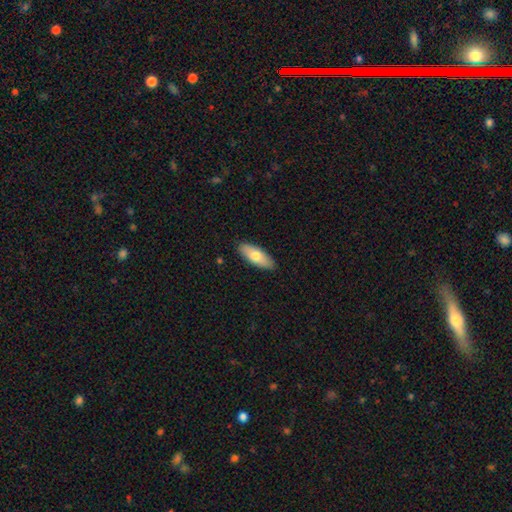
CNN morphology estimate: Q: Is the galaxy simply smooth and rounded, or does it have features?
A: smooth — 72%.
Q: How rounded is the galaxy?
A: in between — 74%.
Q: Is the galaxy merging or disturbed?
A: none — 89%.